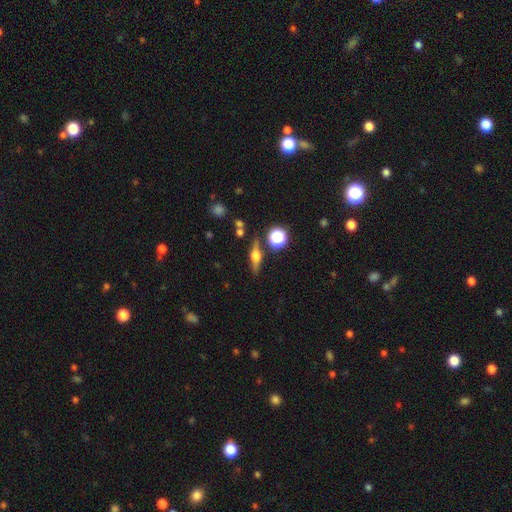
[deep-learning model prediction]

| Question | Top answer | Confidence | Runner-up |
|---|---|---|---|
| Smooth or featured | featured or disk | 60% | smooth (30%) |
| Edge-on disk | yes | 94% | no (6%) |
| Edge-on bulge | rounded | 92% | boxy (6%) |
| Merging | none | 82% | minor disturbance (10%) |